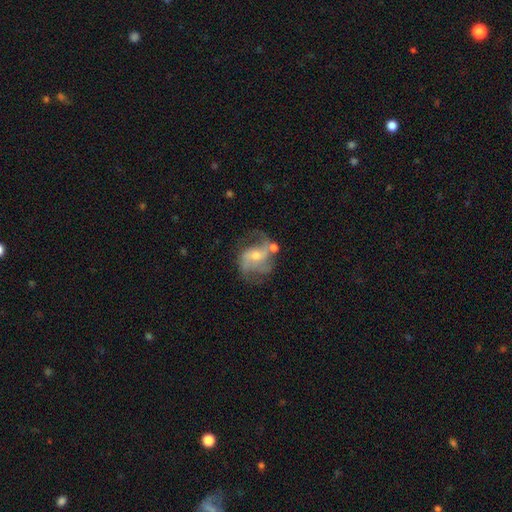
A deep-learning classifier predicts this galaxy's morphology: A featured or disk galaxy (81%) with no bar (47%), 2 (49%) medium (47%) spiral arms (92%) and a moderate central bulge (48%). Merging: none (53%).